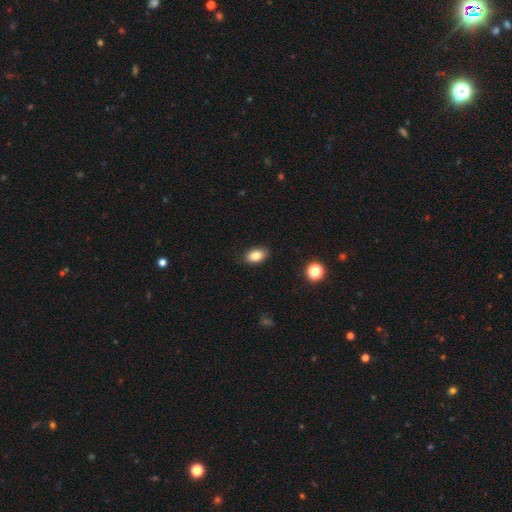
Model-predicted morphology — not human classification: smooth-or-featured: smooth: 84% | star or artifact: 9% | featured or disk: 7%
  how-rounded: in between: 88% | round: 11% | cigar-shaped: 2%
  merging: none: 87% | minor disturbance: 9% | major disturbance: 2% | merger: 1%